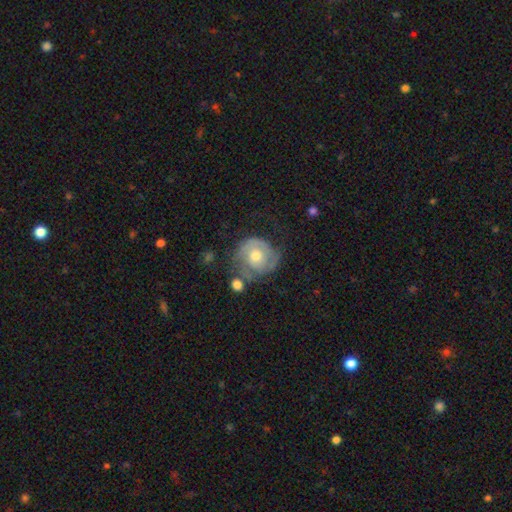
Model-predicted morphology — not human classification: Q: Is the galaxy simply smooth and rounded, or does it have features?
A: featured or disk — 66%.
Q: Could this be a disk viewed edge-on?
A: no — 98%.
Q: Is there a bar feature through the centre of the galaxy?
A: no — 80%.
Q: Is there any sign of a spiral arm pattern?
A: yes — 81%.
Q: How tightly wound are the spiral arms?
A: tight — 60%.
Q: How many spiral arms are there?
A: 2 — 49%.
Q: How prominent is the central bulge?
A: moderate — 72%.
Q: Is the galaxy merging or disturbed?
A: none — 51%.